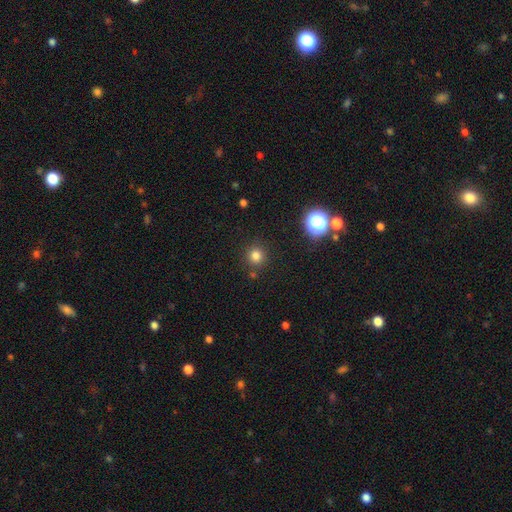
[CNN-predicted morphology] smooth_or_featured: smooth (p=0.79) [alt: star or artifact p=0.16]
how_rounded: round (p=0.94) [alt: in between p=0.05]
merging: none (p=0.87) [alt: minor disturbance p=0.07]